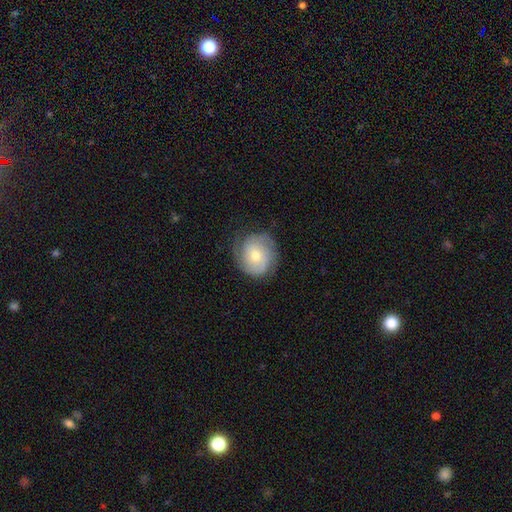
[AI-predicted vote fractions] Smooth or featured? Predicted: featured or disk (p=0.56). Edge-on disk? Predicted: no (p=0.97). Bar? Predicted: no (p=0.77). Spiral arms? Predicted: yes (p=0.86). Bulge size? Predicted: moderate (p=0.57). Merging? Predicted: none (p=0.71).